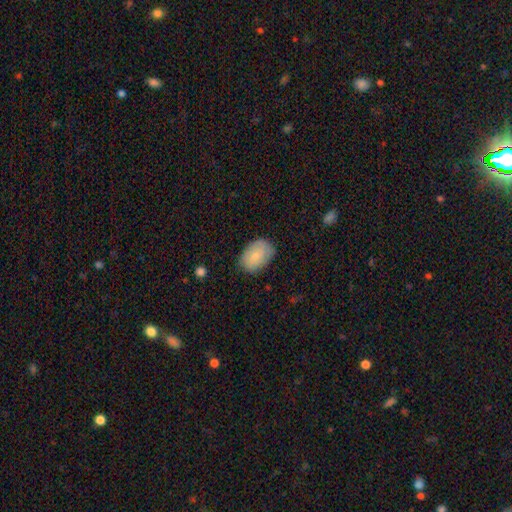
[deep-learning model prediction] Morphology: type=smooth (80%); roundness=in between (86%); merging=none (79%).